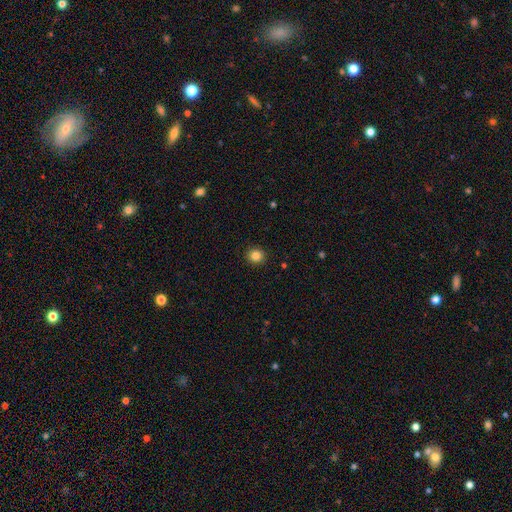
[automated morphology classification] Smooth or featured: smooth — 84% (star or artifact — 11%)
How rounded: round — 90% (in between — 9%)
Merging: none — 92% (minor disturbance — 5%)